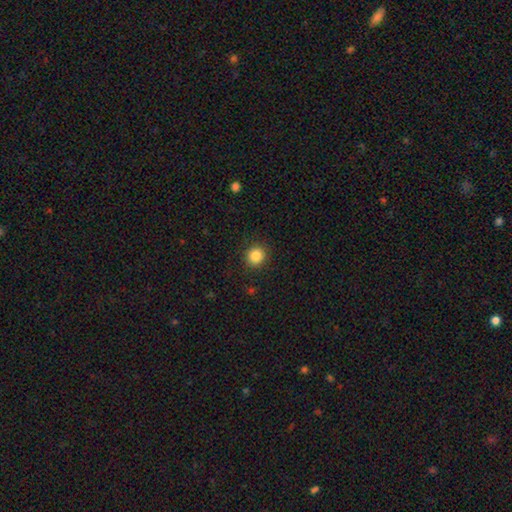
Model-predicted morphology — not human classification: type=smooth (86%); roundness=round (89%); merging=none (90%).